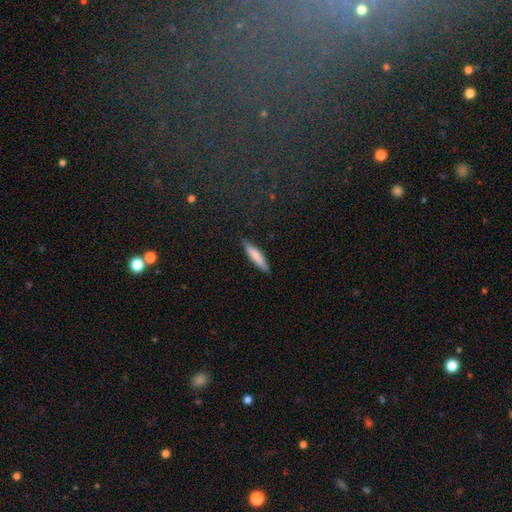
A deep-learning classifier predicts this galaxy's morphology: smooth 78%, featured or disk 16%, star or artifact 6%. Down the decision tree: how rounded — cigar-shaped (85%); merging — none (87%).